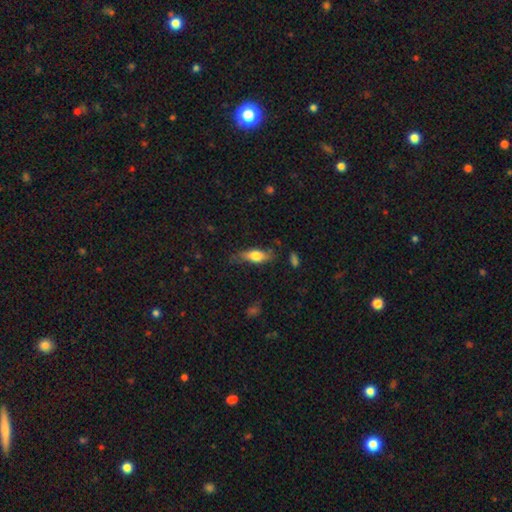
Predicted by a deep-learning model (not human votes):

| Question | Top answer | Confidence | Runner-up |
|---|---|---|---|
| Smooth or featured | smooth | 66% | featured or disk (27%) |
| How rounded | in between | 61% | cigar-shaped (35%) |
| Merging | none | 64% | minor disturbance (26%) |